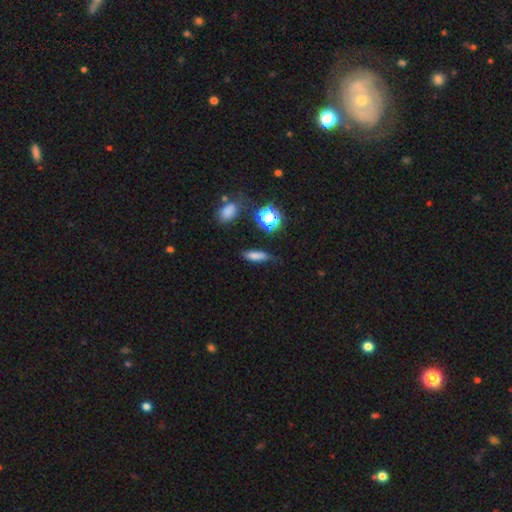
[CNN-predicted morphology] This appears to be a smooth galaxy with no disk features (75%) that is cigar-shaped (47%). Merging: none (68%).